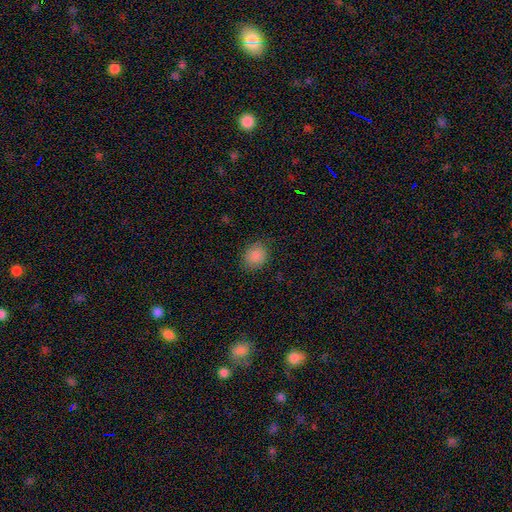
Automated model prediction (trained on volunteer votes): smooth 87%, star or artifact 9%, featured or disk 4%. Down the decision tree: how rounded — round (59%); merging — none (83%).